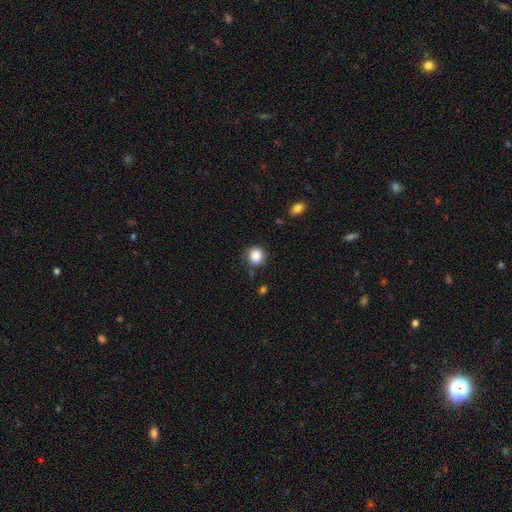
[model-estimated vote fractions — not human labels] This appears to be a smooth galaxy with no disk features (87%) that is round (88%). Merging: none (83%).